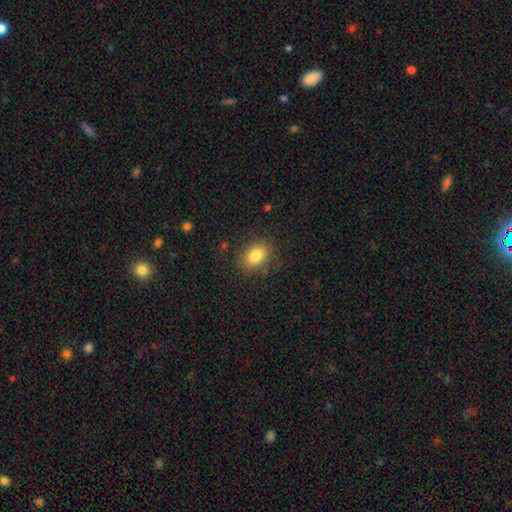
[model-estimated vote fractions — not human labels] smooth_or_featured: smooth (p=0.82) [alt: star or artifact p=0.09]
how_rounded: in between (p=0.68) [alt: round p=0.30]
merging: none (p=0.81) [alt: minor disturbance p=0.13]